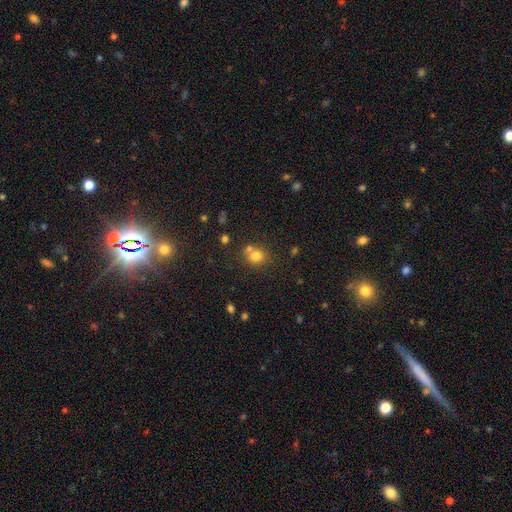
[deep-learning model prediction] smooth-or-featured: smooth: 77% | star or artifact: 14% | featured or disk: 10%
  how-rounded: round: 75% | in between: 24% | cigar-shaped: 1%
  merging: none: 55% | merger: 30% | minor disturbance: 11% | major disturbance: 4%